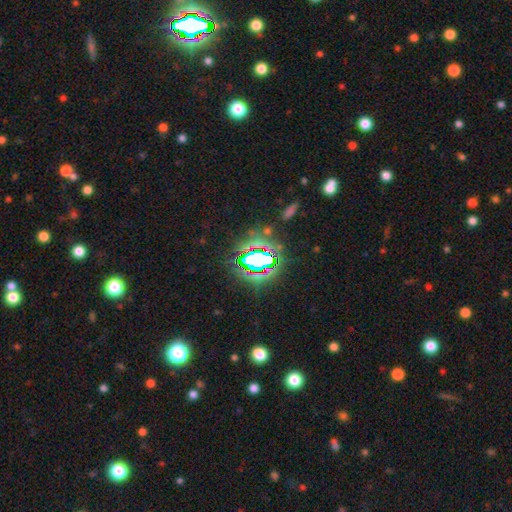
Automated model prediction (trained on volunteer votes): Overall: star or artifact (70%).